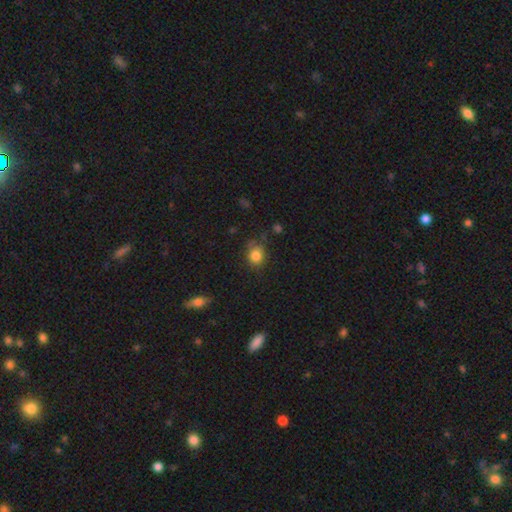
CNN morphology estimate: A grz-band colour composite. It shows a smooth galaxy with no disk features (82%) that is round (56%). Merging: none (65%).